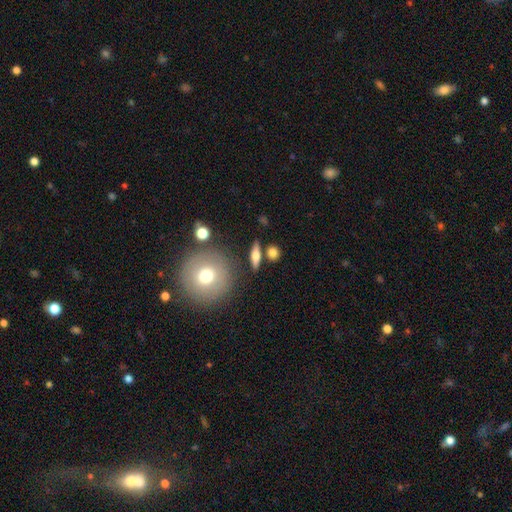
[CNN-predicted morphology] A smooth galaxy with no disk features (53%) that is in between round and cigar-shaped (40%). Merging: none (81%).